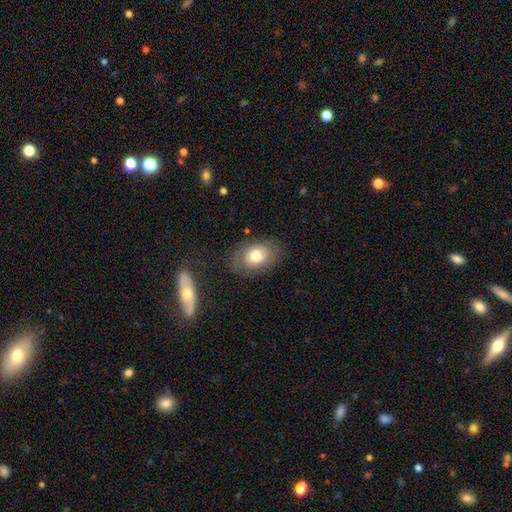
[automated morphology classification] This is likely a smooth galaxy (64%). How rounded: likely in between (78%). Merging: likely none (73%).